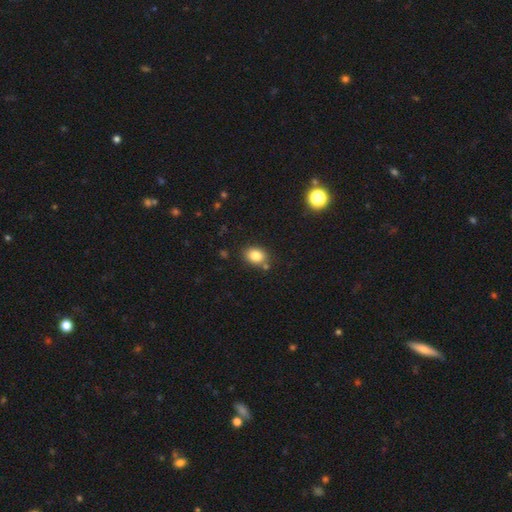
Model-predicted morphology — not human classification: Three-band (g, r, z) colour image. It shows a smooth galaxy with no disk features (83%) that is in between round and cigar-shaped (61%). Merging: none (78%).